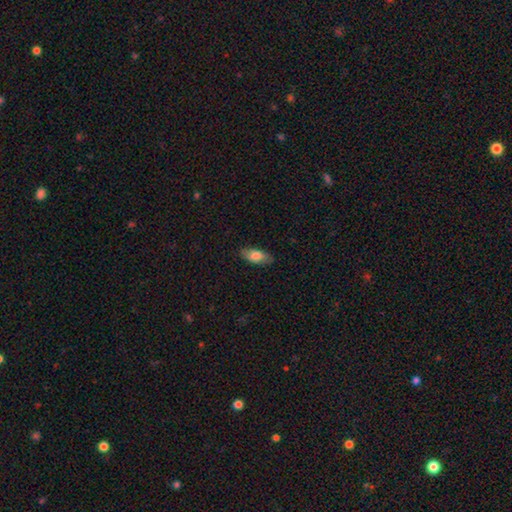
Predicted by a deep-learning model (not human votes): This is likely a smooth galaxy (79%). How rounded: clearly in between (84%). Merging: clearly none (84%).